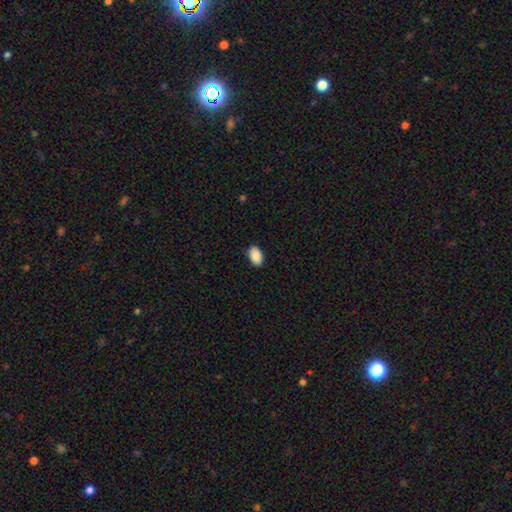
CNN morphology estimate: Q: Smooth or featured?
A: smooth (89%); runner-up: star or artifact (7%)
Q: How rounded?
A: in between (92%); runner-up: round (6%)
Q: Merging?
A: none (89%); runner-up: minor disturbance (9%)